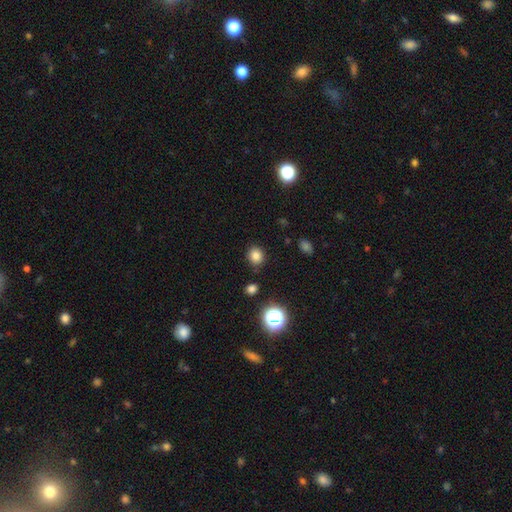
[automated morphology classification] Smooth or featured?
  - smooth: 81% *
  - star or artifact: 14%
  - featured or disk: 5%
How rounded?
  - round: 77% *
  - in between: 22%
  - cigar-shaped: 1%
Merging?
  - none: 86% *
  - minor disturbance: 9%
  - major disturbance: 3%
  - merger: 2%